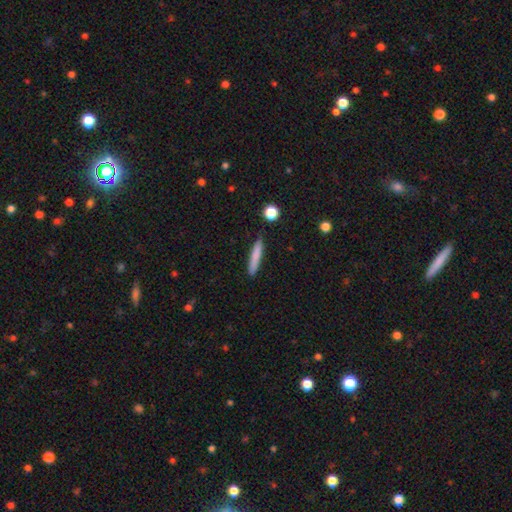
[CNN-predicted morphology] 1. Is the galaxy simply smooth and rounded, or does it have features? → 78% smooth, 15% featured or disk, 7% star or artifact.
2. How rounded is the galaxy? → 93% cigar-shaped, 5% in between, 1% round.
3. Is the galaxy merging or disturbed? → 86% none, 10% minor disturbance, 2% major disturbance, 2% merger.